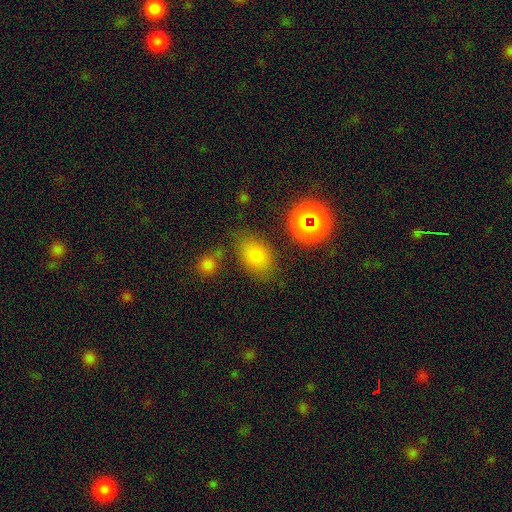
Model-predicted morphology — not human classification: smooth_or_featured: smooth (p=0.74) [alt: star or artifact p=0.16]
how_rounded: in between (p=0.75) [alt: round p=0.23]
merging: none (p=0.73) [alt: minor disturbance p=0.15]